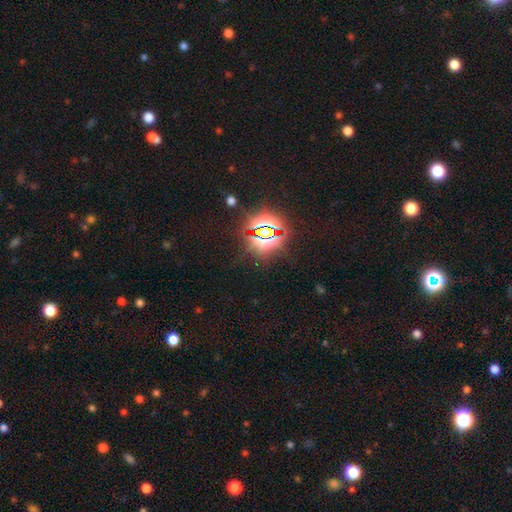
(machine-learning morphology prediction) Overall: star or artifact (83%).